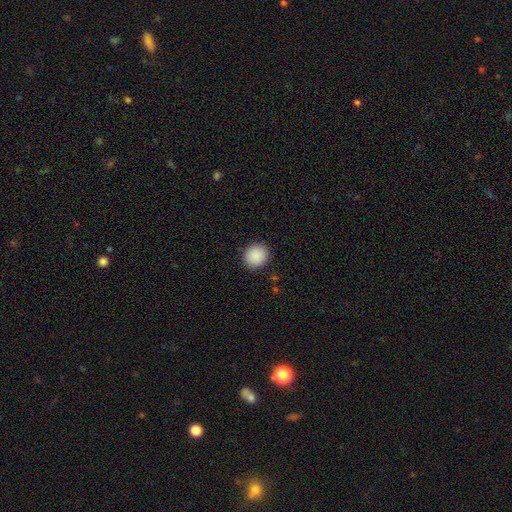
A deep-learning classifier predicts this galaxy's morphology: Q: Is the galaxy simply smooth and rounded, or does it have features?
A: smooth — 90%.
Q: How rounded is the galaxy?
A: round — 87%.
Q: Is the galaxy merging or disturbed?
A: none — 91%.